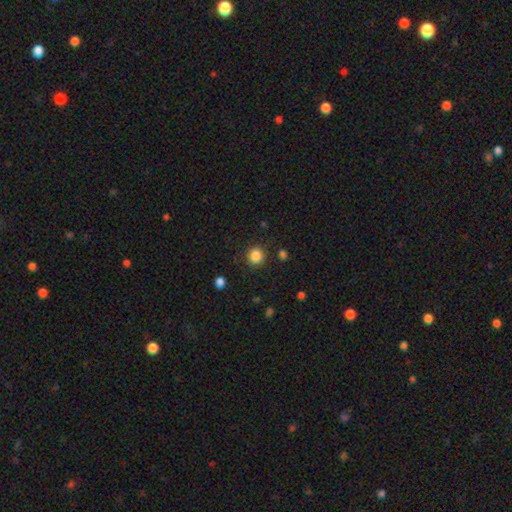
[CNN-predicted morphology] A smooth galaxy with no disk features (85%) that is round (93%). Merging: none (89%).